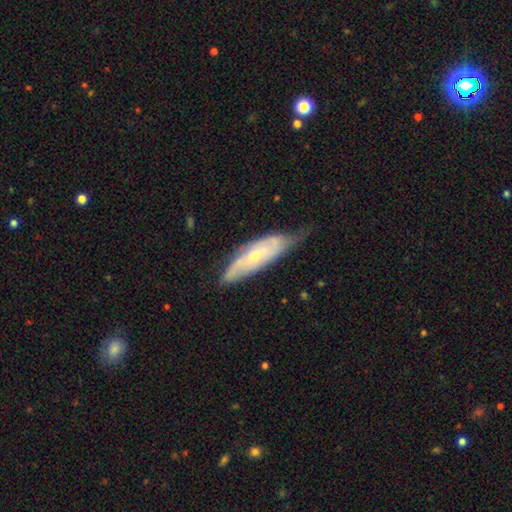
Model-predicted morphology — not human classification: Smooth or featured?
  - featured or disk: 67% *
  - smooth: 27%
  - star or artifact: 6%
Edge-on disk?
  - no: 73% *
  - yes: 27%
Merging?
  - none: 56% *
  - minor disturbance: 33%
  - major disturbance: 9%
  - merger: 2%